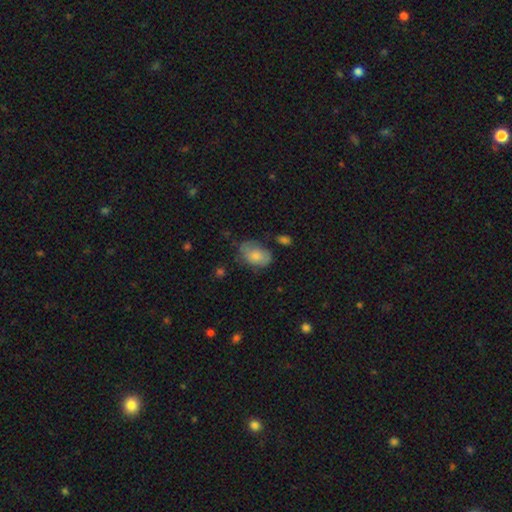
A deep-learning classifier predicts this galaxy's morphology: Overall: smooth (74%). How rounded: in between (84%). Merging: none (53%; minor disturbance 31%).